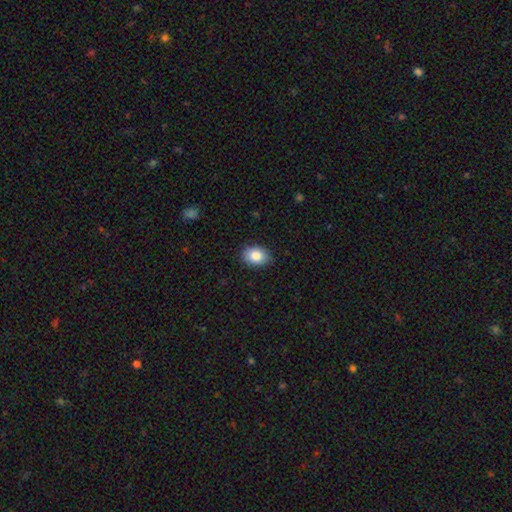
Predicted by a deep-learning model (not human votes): Morphology: type=smooth (85%); roundness=in between (75%); merging=none (87%).